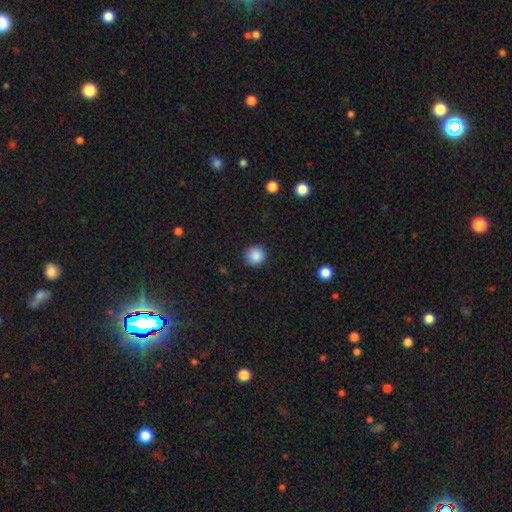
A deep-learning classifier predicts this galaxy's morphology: Smooth or featured? smooth (88%)
How rounded? round (92%)
Merging? none (90%)